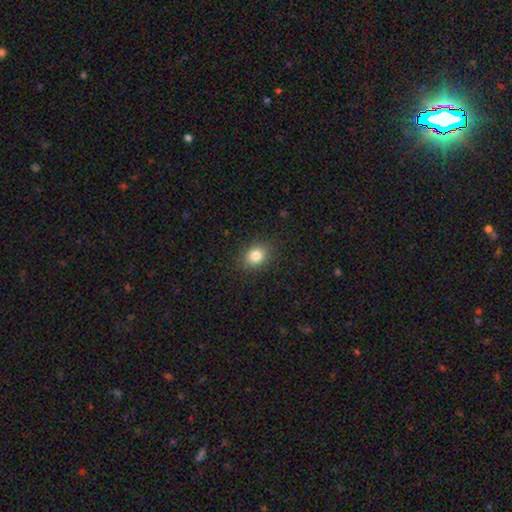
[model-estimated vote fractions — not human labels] smooth 83%, star or artifact 11%, featured or disk 7%. Down the decision tree: how rounded — in between (50%); merging — none (88%).